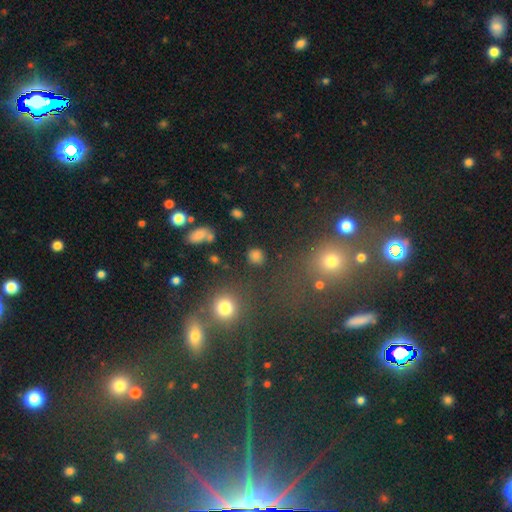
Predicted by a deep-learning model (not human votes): A smooth galaxy with no disk features (75%) that is round (83%).

Vote fractions:
- Smooth or featured? smooth: 75% / star or artifact: 19% / featured or disk: 6%
- How rounded? round: 83% / in between: 16% / cigar-shaped: 1%
- Merging? none: 82% / minor disturbance: 9% / merger: 5% / major disturbance: 4%